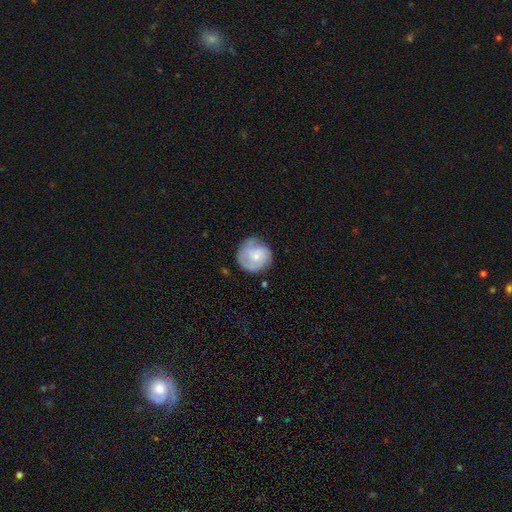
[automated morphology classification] smooth 56%, featured or disk 37%, star or artifact 7%. Down the decision tree: how rounded — round (90%); merging — none (64%).